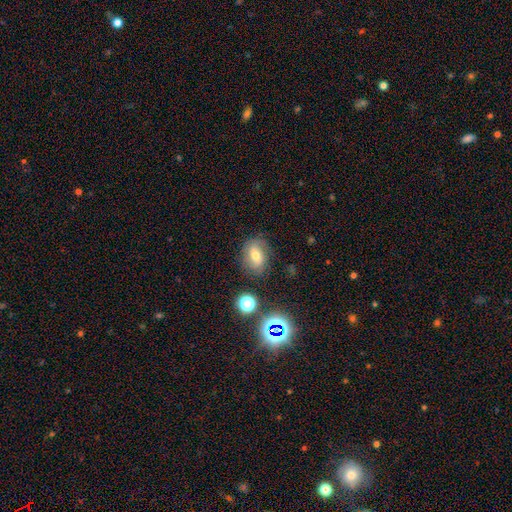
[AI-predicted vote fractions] smooth-or-featured: smooth: 47% | featured or disk: 34% | star or artifact: 20%
  merging: none: 74% | minor disturbance: 17% | major disturbance: 6% | merger: 3%